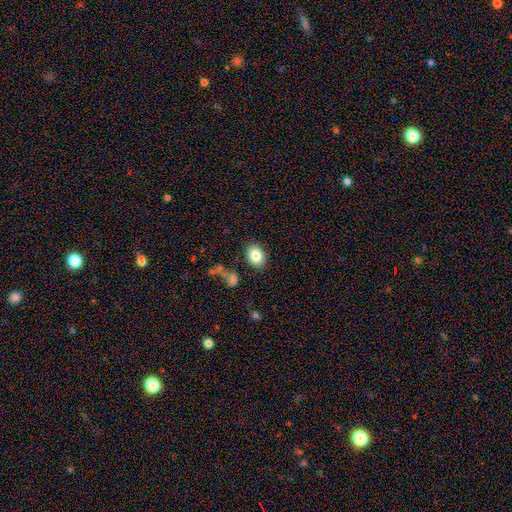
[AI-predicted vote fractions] Morphology: type=smooth (83%); roundness=in between (63%); merging=none (85%).